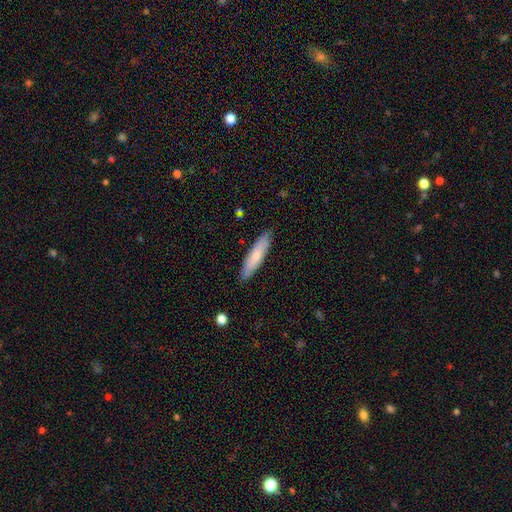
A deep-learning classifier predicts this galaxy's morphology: smooth_or_featured: smooth (p=0.70) [alt: featured or disk p=0.25]
how_rounded: cigar-shaped (p=0.78) [alt: in between p=0.20]
merging: none (p=0.87) [alt: minor disturbance p=0.11]